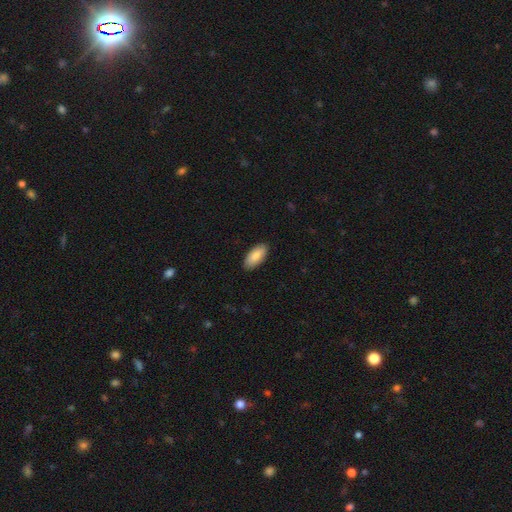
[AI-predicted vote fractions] smooth-or-featured: smooth: 85% | featured or disk: 10% | star or artifact: 5%
  how-rounded: in between: 90% | cigar-shaped: 8% | round: 2%
  merging: none: 89% | minor disturbance: 9% | major disturbance: 2% | merger: 1%